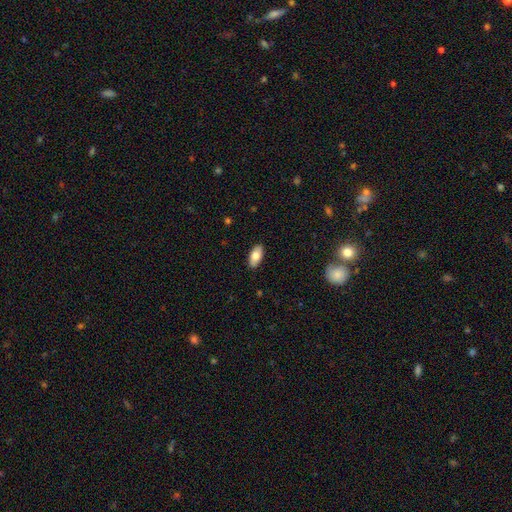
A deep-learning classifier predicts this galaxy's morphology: smooth 77%, featured or disk 16%, star or artifact 6%. Down the decision tree: how rounded — in between (91%); merging — none (88%).